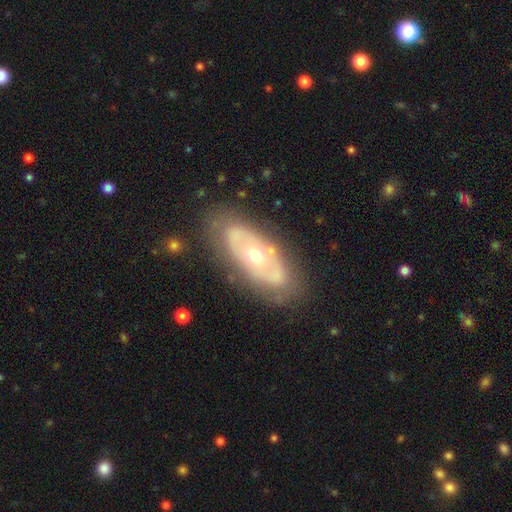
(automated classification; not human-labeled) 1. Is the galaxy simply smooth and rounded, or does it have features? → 68% featured or disk, 27% smooth, 5% star or artifact.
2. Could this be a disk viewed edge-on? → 89% no, 11% yes.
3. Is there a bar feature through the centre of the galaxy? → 86% no, 10% weak, 4% strong.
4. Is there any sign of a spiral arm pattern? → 73% no, 27% yes.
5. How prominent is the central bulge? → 70% moderate, 22% small, 6% large, 1% dominant, 1% none.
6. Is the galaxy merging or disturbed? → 79% none, 14% minor disturbance, 5% major disturbance, 2% merger.